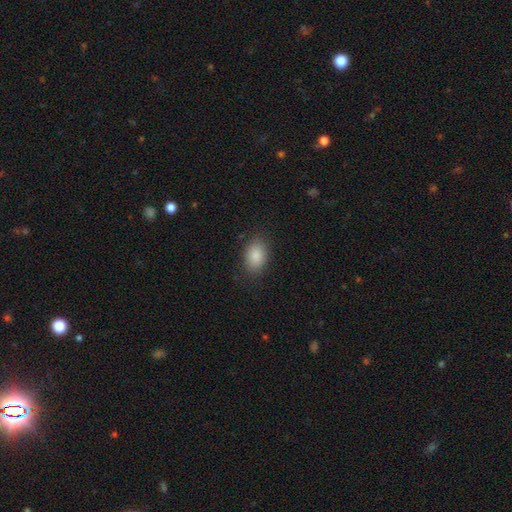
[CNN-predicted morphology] smooth 88%, star or artifact 8%, featured or disk 4%. Down the decision tree: how rounded — in between (85%); merging — none (85%).